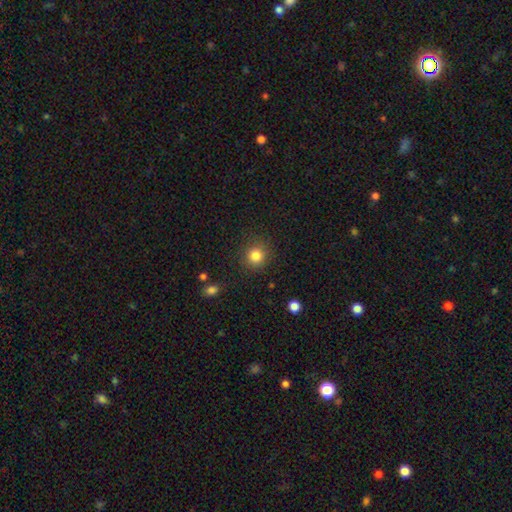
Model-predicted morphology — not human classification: smooth_or_featured: smooth (p=0.84) [alt: star or artifact p=0.11]
how_rounded: round (p=0.90) [alt: in between p=0.09]
merging: none (p=0.87) [alt: minor disturbance p=0.08]